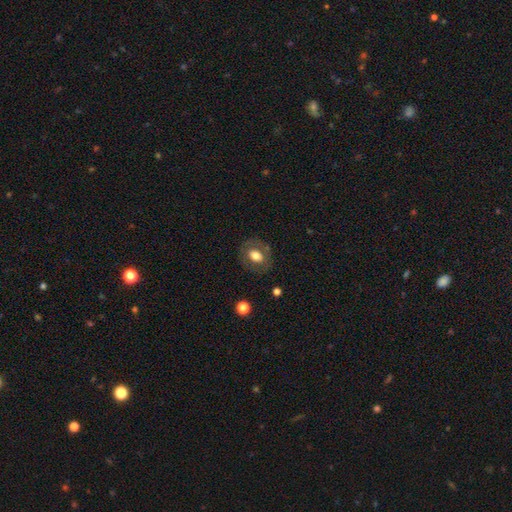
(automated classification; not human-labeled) Smooth or featured? smooth (64%)
How rounded? in between (58%)
Merging? none (80%)